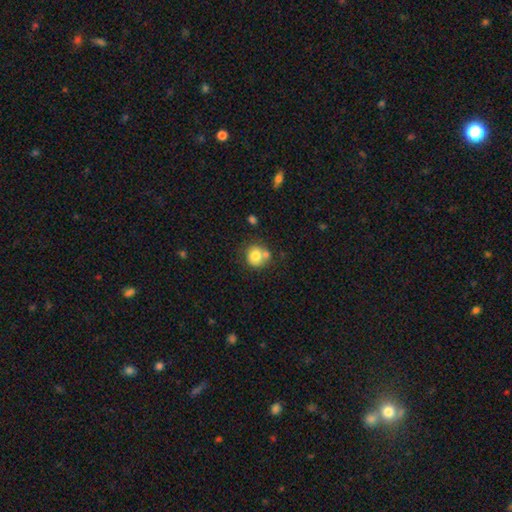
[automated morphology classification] Q: Smooth or featured?
A: smooth (77%); runner-up: featured or disk (13%)
Q: How rounded?
A: round (84%); runner-up: in between (15%)
Q: Merging?
A: none (53%); runner-up: merger (29%)